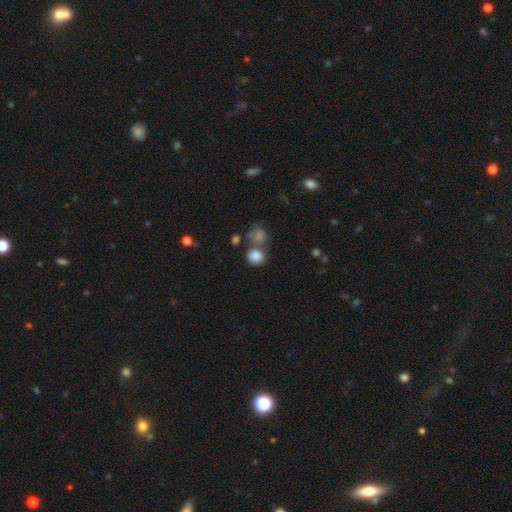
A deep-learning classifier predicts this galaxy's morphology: Smooth or featured?
  - smooth: 84% *
  - star or artifact: 10%
  - featured or disk: 6%
How rounded?
  - round: 75% *
  - in between: 24%
  - cigar-shaped: 1%
Merging?
  - none: 53% *
  - merger: 29%
  - minor disturbance: 12%
  - major disturbance: 6%